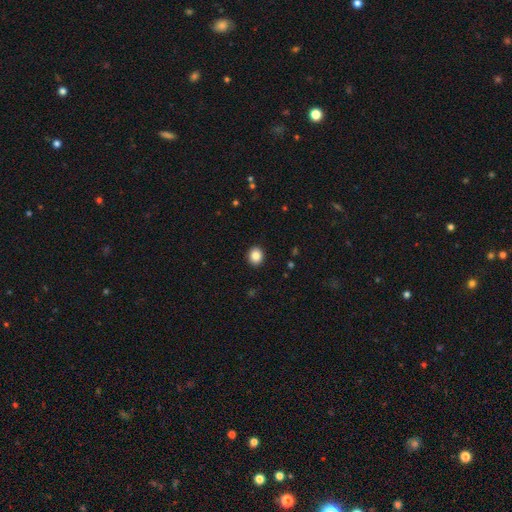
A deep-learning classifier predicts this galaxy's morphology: A smooth galaxy with no disk features (86%) that is round (72%).

Vote fractions:
- Smooth or featured? smooth: 86% / star or artifact: 9% / featured or disk: 5%
- How rounded? round: 72% / in between: 27% / cigar-shaped: 1%
- Merging? none: 92% / minor disturbance: 5% / major disturbance: 2% / merger: 1%